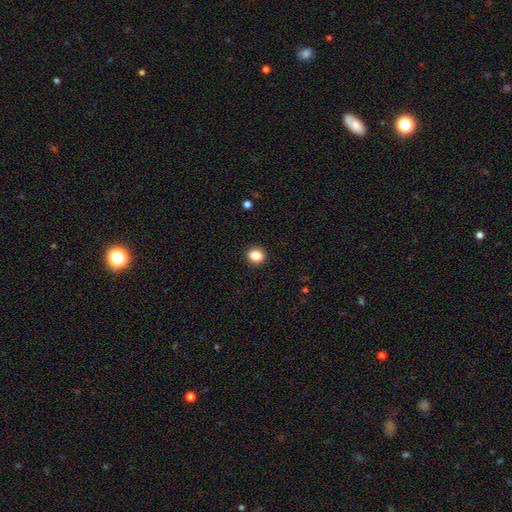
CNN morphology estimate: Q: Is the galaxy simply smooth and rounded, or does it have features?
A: smooth — 85%.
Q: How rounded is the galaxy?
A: round — 69%.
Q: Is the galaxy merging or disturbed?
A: none — 92%.